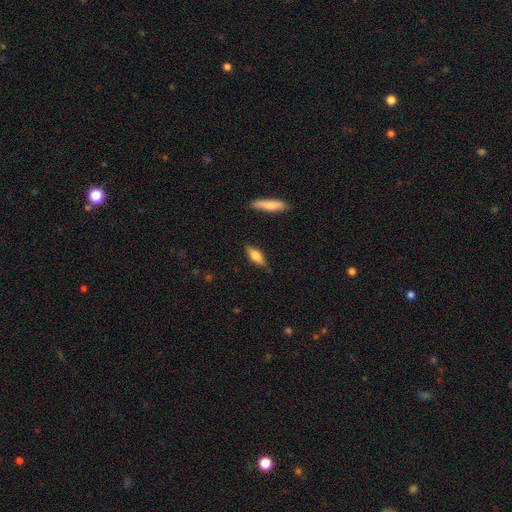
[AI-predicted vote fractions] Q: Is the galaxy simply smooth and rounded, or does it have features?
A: smooth — 56%.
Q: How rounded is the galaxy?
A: in between — 52%.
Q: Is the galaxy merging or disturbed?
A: none — 78%.